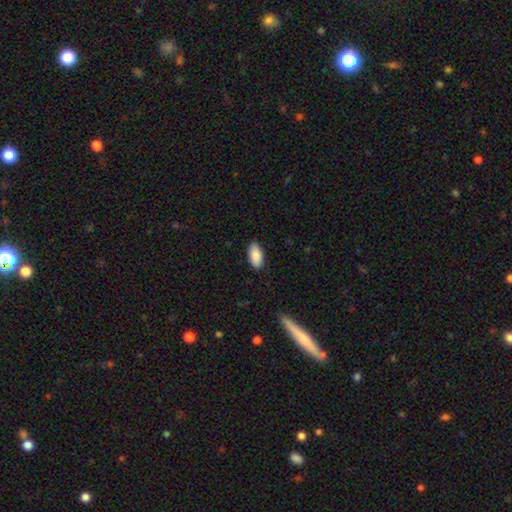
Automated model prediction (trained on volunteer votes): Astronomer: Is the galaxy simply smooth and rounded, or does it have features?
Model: smooth — 88%.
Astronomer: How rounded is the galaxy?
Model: in between — 93%.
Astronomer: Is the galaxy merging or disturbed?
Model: none — 87%.